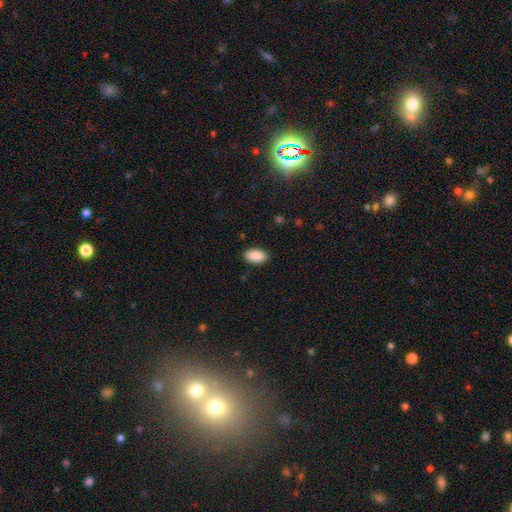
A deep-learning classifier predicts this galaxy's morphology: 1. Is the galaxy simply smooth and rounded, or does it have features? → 91% smooth, 7% star or artifact, 3% featured or disk.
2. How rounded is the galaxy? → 94% in between, 4% round, 2% cigar-shaped.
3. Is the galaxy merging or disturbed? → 89% none, 8% minor disturbance, 2% major disturbance, 1% merger.